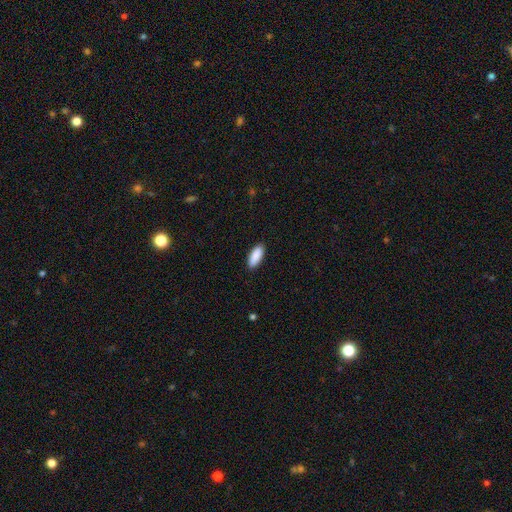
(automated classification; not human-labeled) Smooth or featured? smooth (91%)
How rounded? in between (76%)
Merging? none (90%)